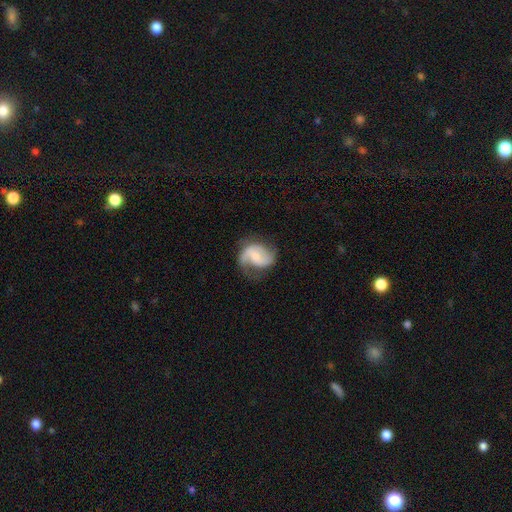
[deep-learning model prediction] Q: Smooth or featured?
A: featured or disk (75%); runner-up: smooth (18%)
Q: Edge-on disk?
A: no (98%); runner-up: yes (2%)
Q: Bar?
A: weak (45%); runner-up: no (41%)
Q: Spiral arms?
A: yes (94%); runner-up: no (6%)
Q: Spiral winding?
A: medium (47%); runner-up: loose (34%)
Q: Spiral arm count?
A: 2 (76%); runner-up: 1 (13%)
Q: Bulge size?
A: small (49%); runner-up: moderate (32%)
Q: Merging?
A: none (59%); runner-up: minor disturbance (23%)